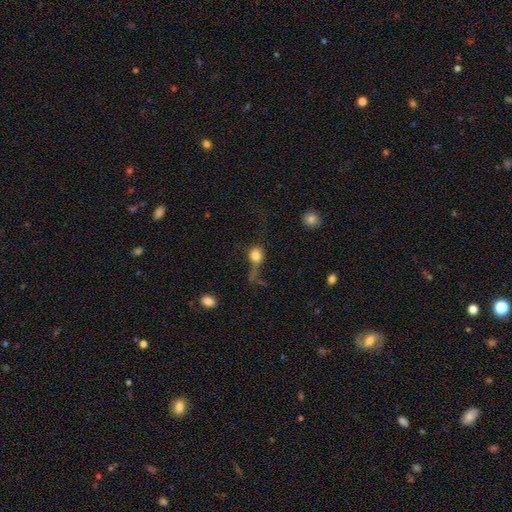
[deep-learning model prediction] Q: Smooth or featured?
A: smooth (76%); runner-up: featured or disk (13%)
Q: How rounded?
A: round (67%); runner-up: in between (30%)
Q: Merging?
A: major disturbance (34%); tied with: none (34%)